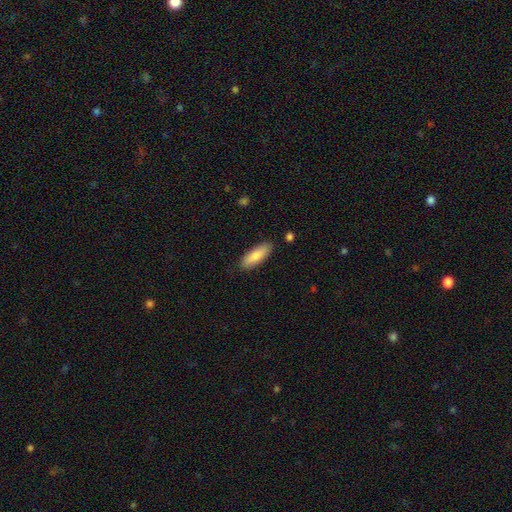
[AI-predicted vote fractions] Smooth or featured?
  - smooth: 83% *
  - featured or disk: 11%
  - star or artifact: 6%
How rounded?
  - in between: 63% *
  - cigar-shaped: 36%
  - round: 2%
Merging?
  - none: 86% *
  - minor disturbance: 10%
  - major disturbance: 2%
  - merger: 2%